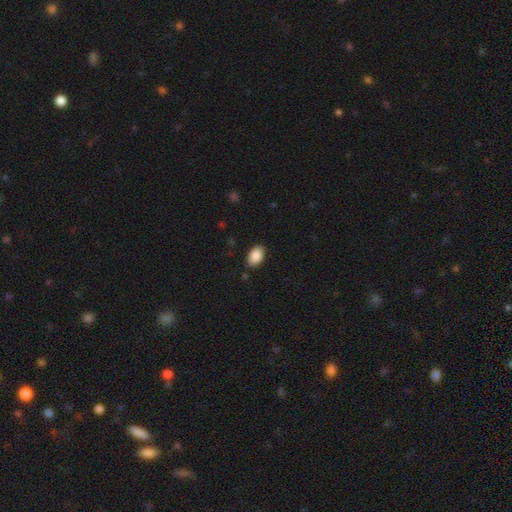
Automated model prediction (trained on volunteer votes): The model was most divided on "merging": none: 85%, minor disturbance: 11%, major disturbance: 2%, merger: 1%. More confident: how rounded — in between (91%); smooth or featured — smooth (89%).